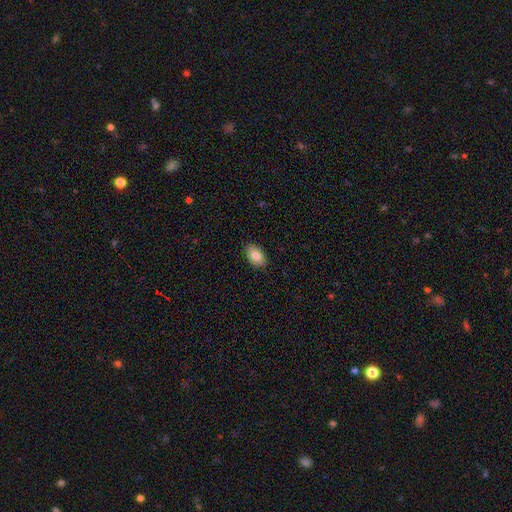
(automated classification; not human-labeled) Q: Smooth or featured?
A: smooth (86%); runner-up: featured or disk (7%)
Q: How rounded?
A: in between (93%); runner-up: round (6%)
Q: Merging?
A: none (89%); runner-up: minor disturbance (8%)